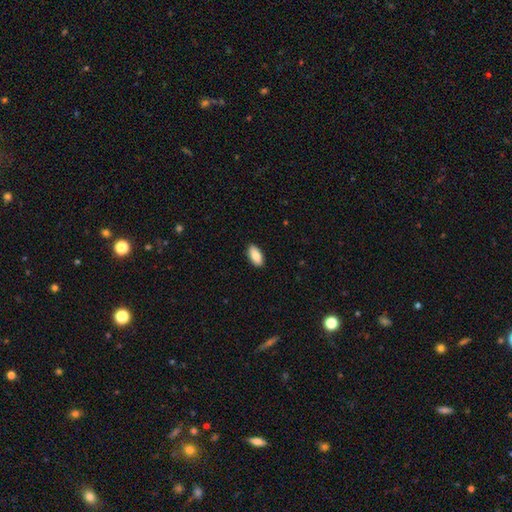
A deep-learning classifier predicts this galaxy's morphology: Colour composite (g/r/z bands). It shows a smooth galaxy with no disk features (86%) that is in between round and cigar-shaped (91%). Merging: none (90%).